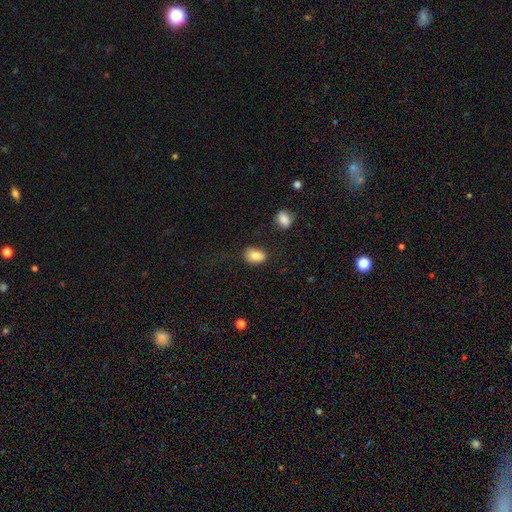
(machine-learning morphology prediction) Smooth or featured: smooth — 84% (star or artifact — 9%)
How rounded: in between — 80% (round — 19%)
Merging: none — 74% (minor disturbance — 17%)